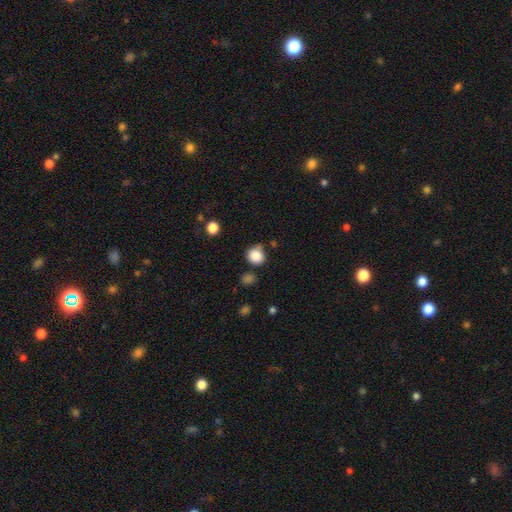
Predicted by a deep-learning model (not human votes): The model was most divided on "merging": none: 70%, minor disturbance: 19%, merger: 7%, major disturbance: 5%. More confident: smooth or featured — smooth (85%); how rounded — round (84%).